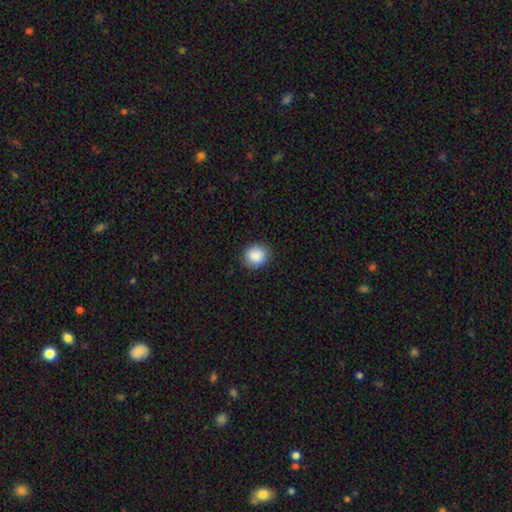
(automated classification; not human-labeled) Overall: smooth (88%). How rounded: round (81%). Merging: none (88%).